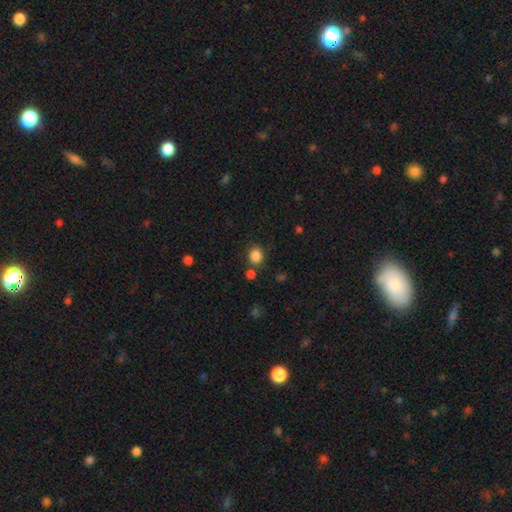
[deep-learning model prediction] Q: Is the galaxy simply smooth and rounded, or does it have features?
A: smooth — 85%.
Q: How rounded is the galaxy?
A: round — 65%.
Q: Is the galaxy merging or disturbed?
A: none — 76%.